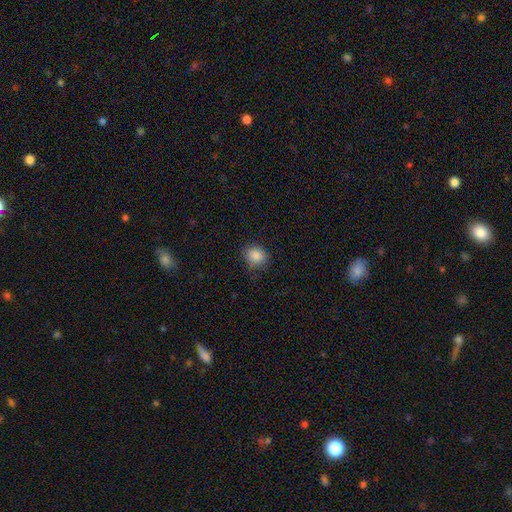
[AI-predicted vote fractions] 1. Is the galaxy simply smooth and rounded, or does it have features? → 86% smooth, 10% star or artifact, 4% featured or disk.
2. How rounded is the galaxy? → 71% round, 28% in between, 1% cigar-shaped.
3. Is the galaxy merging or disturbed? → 82% none, 14% minor disturbance, 3% major disturbance, 1% merger.